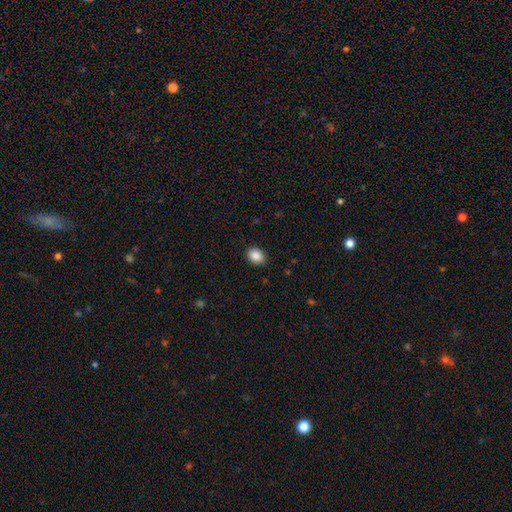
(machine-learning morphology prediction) Smooth or featured? smooth (89%)
How rounded? in between (54%)
Merging? none (89%)